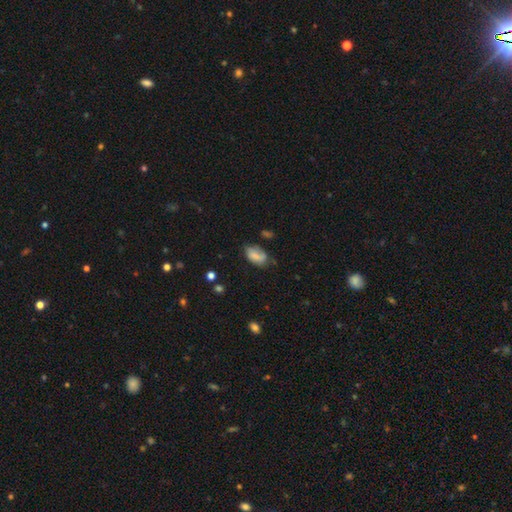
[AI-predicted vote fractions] Smooth or featured? Predicted: smooth (p=0.74). How rounded? Predicted: in between (p=0.90). Merging? Predicted: none (p=0.46).